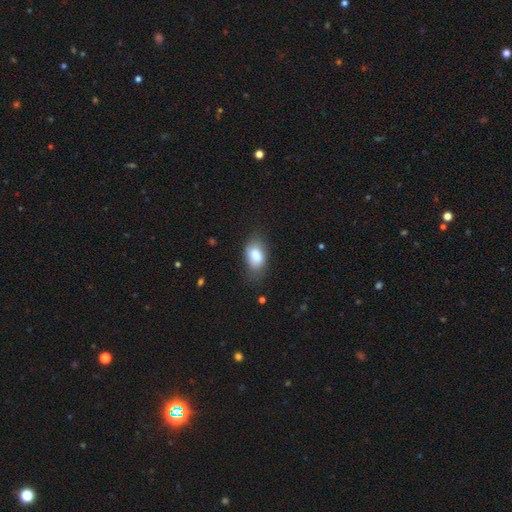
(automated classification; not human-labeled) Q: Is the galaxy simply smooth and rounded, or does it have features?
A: smooth — 81%.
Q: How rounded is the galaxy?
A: in between — 89%.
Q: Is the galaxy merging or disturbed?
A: none — 69%.